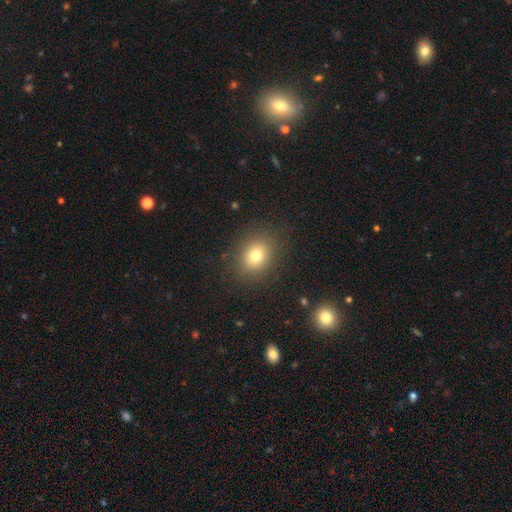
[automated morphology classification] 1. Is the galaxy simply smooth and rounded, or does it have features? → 77% smooth, 13% star or artifact, 10% featured or disk.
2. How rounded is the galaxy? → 50% round, 49% in between, 1% cigar-shaped.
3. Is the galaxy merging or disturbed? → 86% none, 9% minor disturbance, 4% major disturbance, 1% merger.